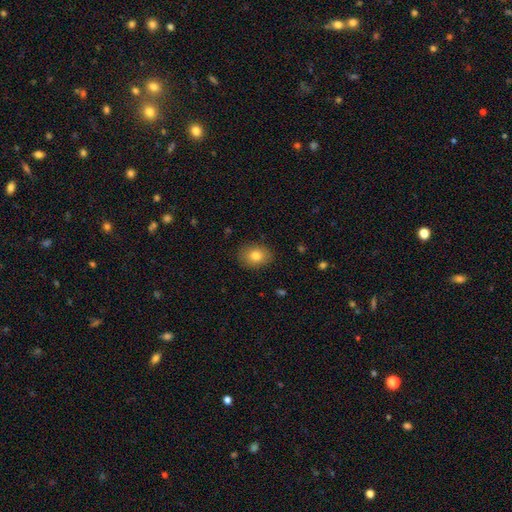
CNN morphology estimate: Smooth or featured?
  - smooth: 81% *
  - featured or disk: 10%
  - star or artifact: 9%
How rounded?
  - in between: 60% *
  - round: 40%
  - cigar-shaped: 1%
Merging?
  - none: 87% *
  - minor disturbance: 9%
  - major disturbance: 2%
  - merger: 1%